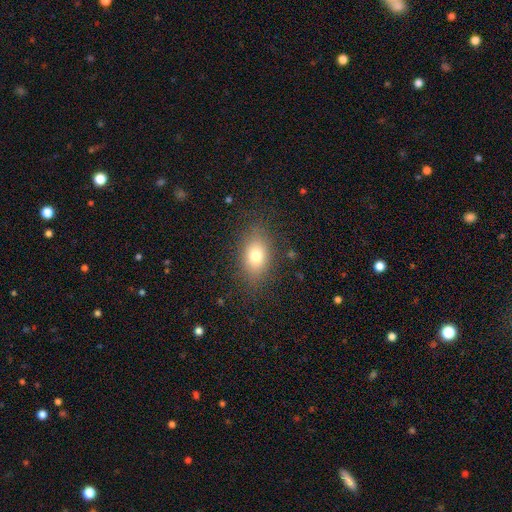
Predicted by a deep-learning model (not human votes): smooth_or_featured: smooth (p=0.77) [alt: featured or disk p=0.13]
how_rounded: in between (p=0.82) [alt: round p=0.15]
merging: none (p=0.83) [alt: minor disturbance p=0.11]